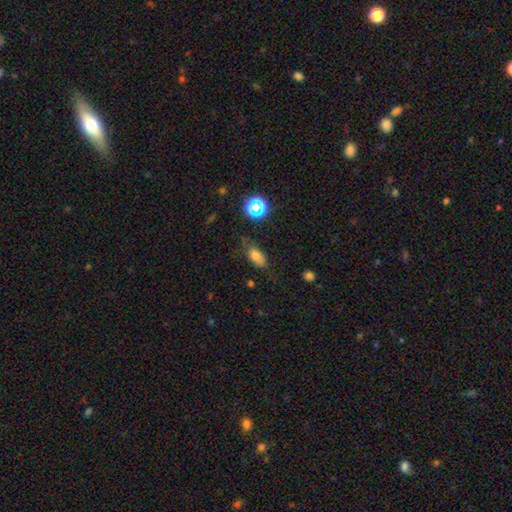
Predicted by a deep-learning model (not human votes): Smooth or featured?
  - smooth: 74% *
  - star or artifact: 16%
  - featured or disk: 10%
How rounded?
  - in between: 86% *
  - cigar-shaped: 7%
  - round: 6%
Merging?
  - none: 63% *
  - minor disturbance: 25%
  - major disturbance: 9%
  - merger: 3%